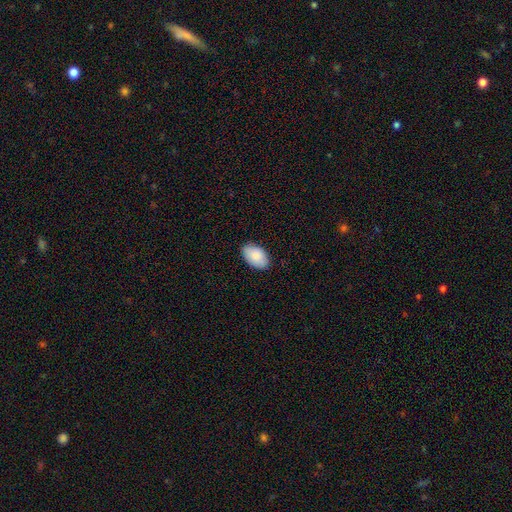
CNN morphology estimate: The model was most divided on "smooth or featured": smooth: 83%, featured or disk: 10%, star or artifact: 6%. More confident: how rounded — in between (93%); merging — none (86%).